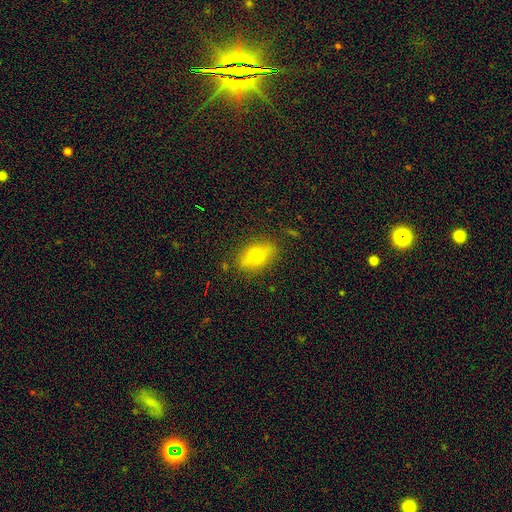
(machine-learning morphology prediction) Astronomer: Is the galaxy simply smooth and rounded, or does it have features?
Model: smooth — 59%.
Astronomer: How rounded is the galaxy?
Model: in between — 79%.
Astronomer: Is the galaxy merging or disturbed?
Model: none — 83%.